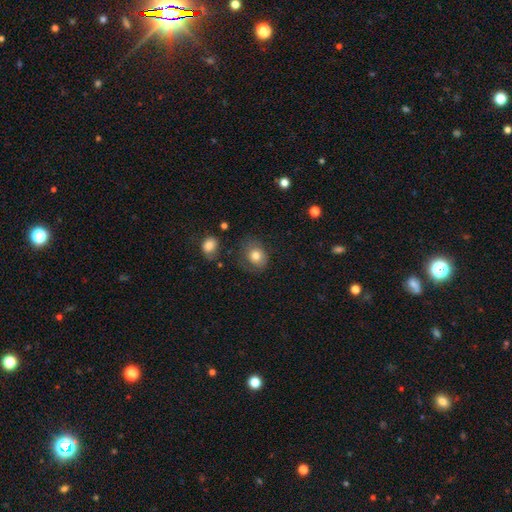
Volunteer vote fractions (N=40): Smooth or featured? 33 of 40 (82%) said smooth. How rounded? 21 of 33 (64%) said round. Merging? 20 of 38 (53%) said none.